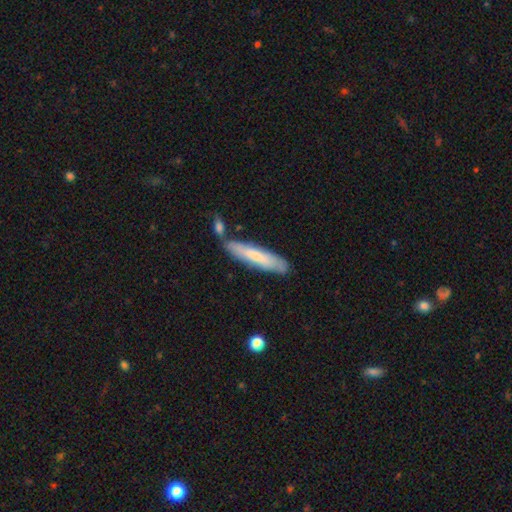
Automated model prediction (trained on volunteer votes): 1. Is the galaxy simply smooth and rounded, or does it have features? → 63% smooth, 31% featured or disk, 5% star or artifact.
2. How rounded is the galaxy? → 85% cigar-shaped, 14% in between, 1% round.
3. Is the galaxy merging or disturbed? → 68% none, 15% minor disturbance, 13% merger, 4% major disturbance.